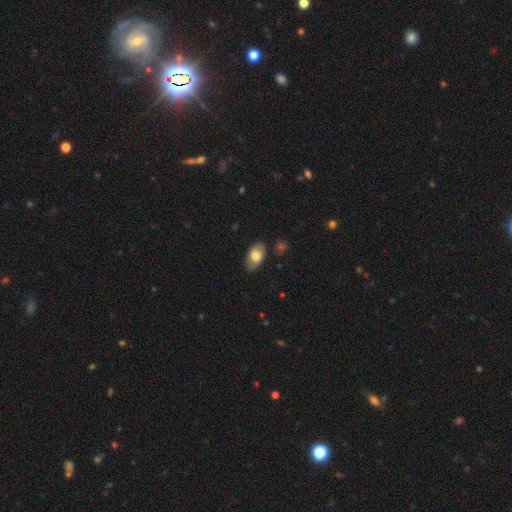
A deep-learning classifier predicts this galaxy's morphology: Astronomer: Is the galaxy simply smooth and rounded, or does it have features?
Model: smooth — 68%.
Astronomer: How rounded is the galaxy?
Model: in between — 93%.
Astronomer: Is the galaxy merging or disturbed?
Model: none — 79%.